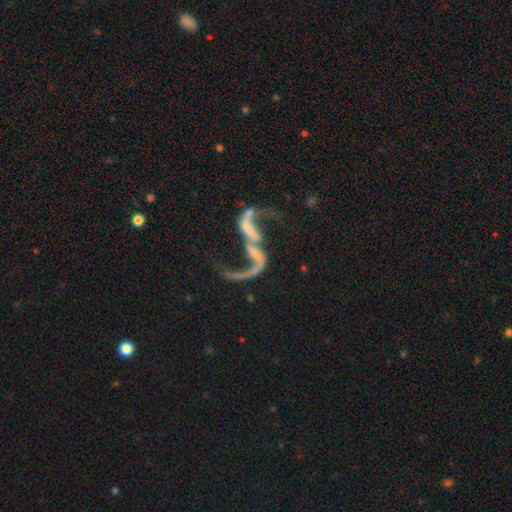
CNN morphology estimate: Q: Smooth or featured?
A: featured or disk (88%); runner-up: star or artifact (7%)
Q: Edge-on disk?
A: no (95%); runner-up: yes (5%)
Q: Bar?
A: strong (39%); runner-up: weak (31%)
Q: Spiral arms?
A: yes (90%); runner-up: no (10%)
Q: Spiral winding?
A: loose (92%); runner-up: medium (6%)
Q: Spiral arm count?
A: 2 (89%); runner-up: 1 (6%)
Q: Bulge size?
A: none (50%); runner-up: small (35%)
Q: Merging?
A: none (45%); runner-up: major disturbance (25%)